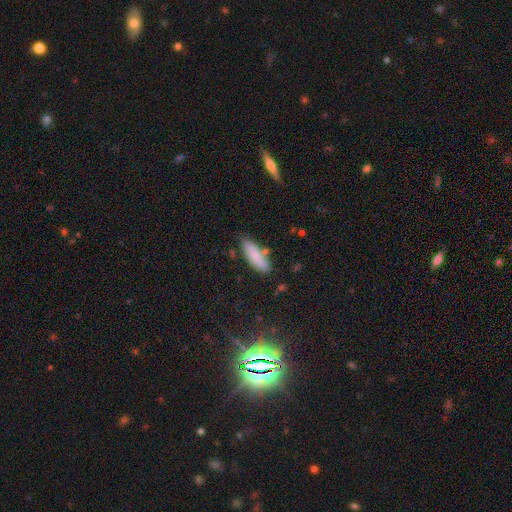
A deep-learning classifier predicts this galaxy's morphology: type=smooth (84%); roundness=in between (52%); merging=none (75%).